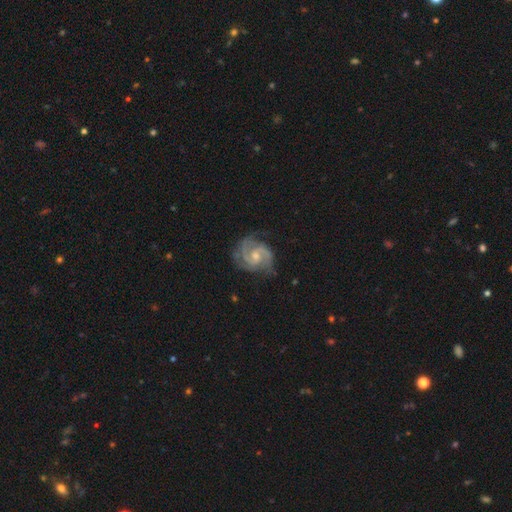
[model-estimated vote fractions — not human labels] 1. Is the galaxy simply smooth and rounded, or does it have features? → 91% featured or disk, 5% smooth, 4% star or artifact.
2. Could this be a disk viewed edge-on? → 98% no, 2% yes.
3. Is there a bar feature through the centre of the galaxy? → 51% no, 42% weak, 7% strong.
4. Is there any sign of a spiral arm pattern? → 98% yes, 2% no.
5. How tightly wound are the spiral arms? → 46% medium (tied), 46% tight (tied), 8% loose.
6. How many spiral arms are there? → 52% 2, 31% 3, 7% can't tell, 4% 4, 3% 1, 3% more than 4.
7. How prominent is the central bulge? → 54% moderate, 40% small, 3% none, 2% large, 1% dominant.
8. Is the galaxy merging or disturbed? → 72% none, 20% minor disturbance, 7% major disturbance, 1% merger.